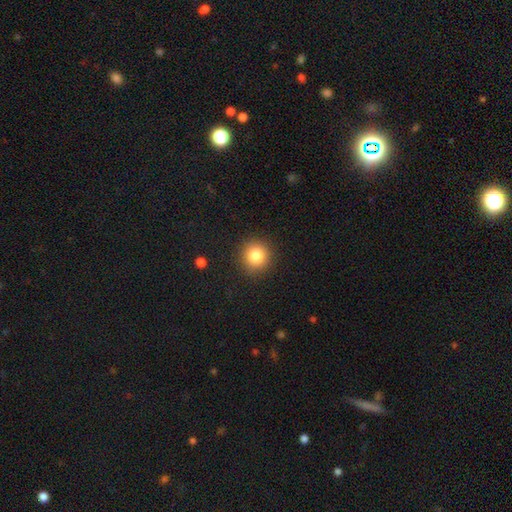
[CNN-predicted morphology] smooth 83%, star or artifact 10%, featured or disk 6%. Down the decision tree: how rounded — round (93%); merging — none (90%).